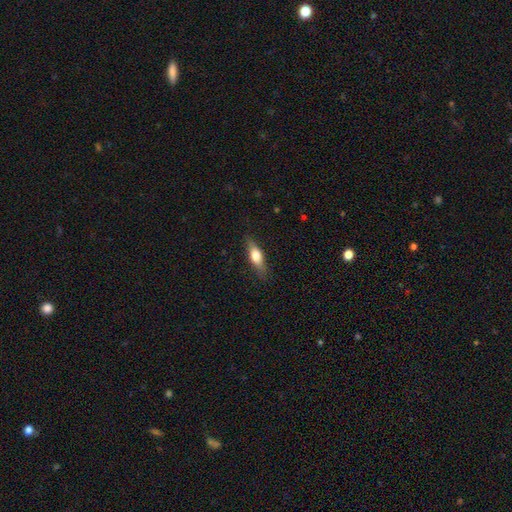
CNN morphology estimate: Smooth or featured? Predicted: smooth (p=0.59). How rounded? Predicted: in between (p=0.49). Merging? Predicted: none (p=0.82).